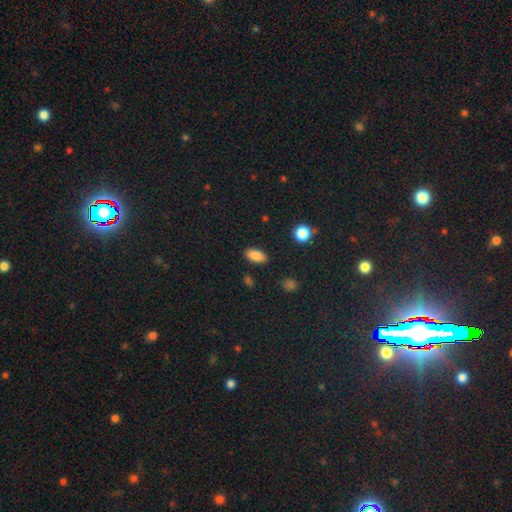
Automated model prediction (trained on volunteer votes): Smooth or featured: smooth — 85% (star or artifact — 9%)
How rounded: in between — 89% (cigar-shaped — 7%)
Merging: none — 88% (minor disturbance — 8%)